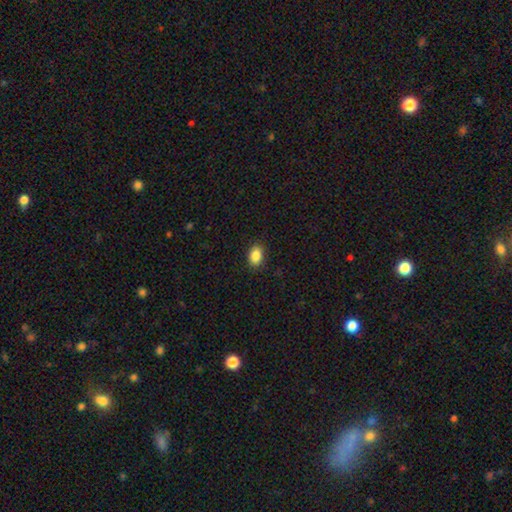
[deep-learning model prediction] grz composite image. It shows a smooth galaxy with no disk features (87%) that is in between round and cigar-shaped (80%). Merging: none (89%).